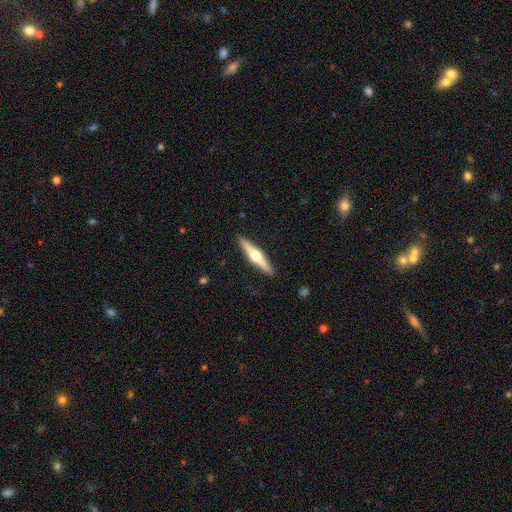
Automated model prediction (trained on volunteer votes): Smooth or featured: featured or disk — 65% (smooth — 30%)
Edge-on disk: yes — 97% (no — 3%)
Edge-on bulge: rounded — 95% (boxy — 3%)
Merging: none — 91% (minor disturbance — 6%)